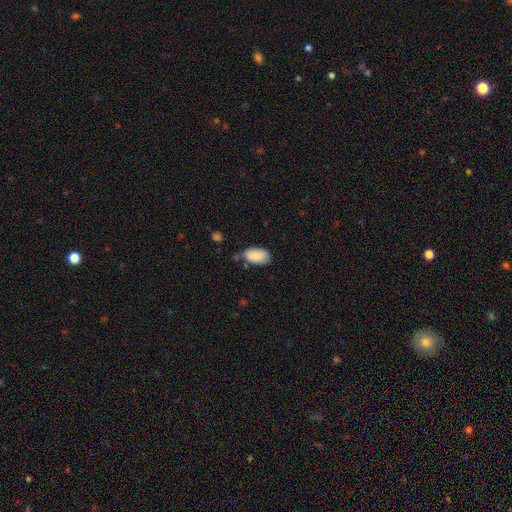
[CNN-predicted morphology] smooth-or-featured: smooth: 86% | featured or disk: 7% | star or artifact: 6%
  how-rounded: in between: 95% | round: 4% | cigar-shaped: 2%
  merging: none: 65% | minor disturbance: 25% | merger: 5% | major disturbance: 5%